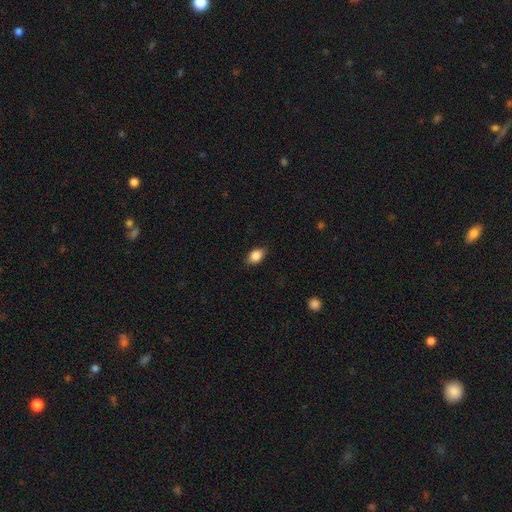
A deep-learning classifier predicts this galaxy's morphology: Overall: smooth (86%). How rounded: in between (79%). Merging: none (81%).